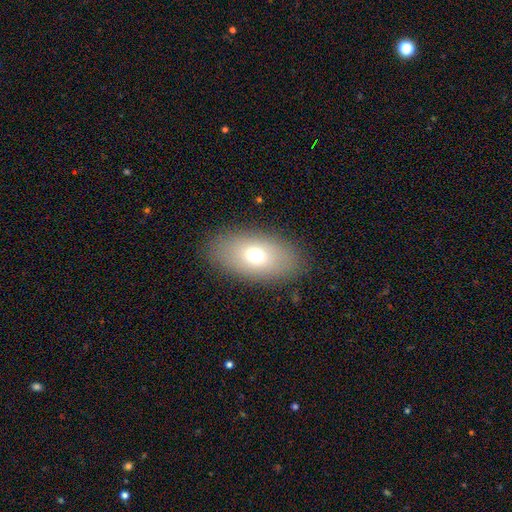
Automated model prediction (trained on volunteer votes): smooth 68%, featured or disk 21%, star or artifact 11%. Down the decision tree: how rounded — in between (89%); merging — none (85%).